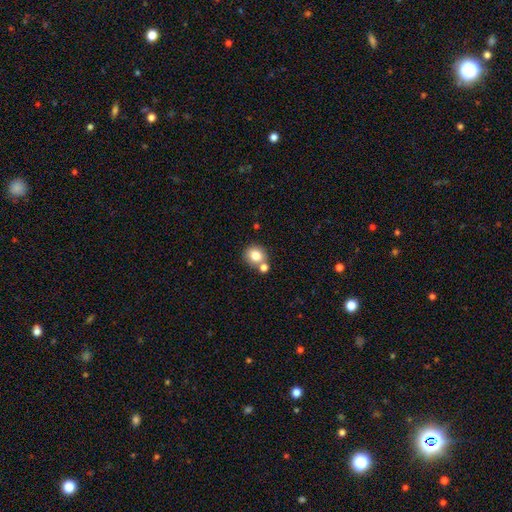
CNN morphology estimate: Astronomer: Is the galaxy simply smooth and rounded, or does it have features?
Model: smooth — 81%.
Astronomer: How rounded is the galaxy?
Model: round — 85%.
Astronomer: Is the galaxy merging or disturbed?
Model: none — 61%.